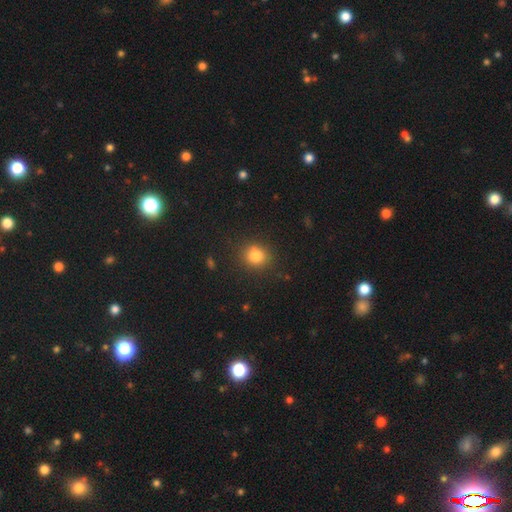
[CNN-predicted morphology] The model was most divided on "how rounded": round: 82%, in between: 17%, cigar-shaped: 1%. More confident: merging — none (84%); smooth or featured — smooth (81%).